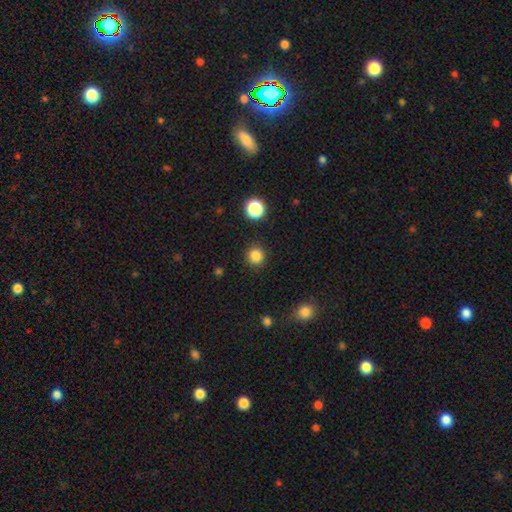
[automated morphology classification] Smooth or featured? smooth (84%)
How rounded? round (94%)
Merging? none (90%)